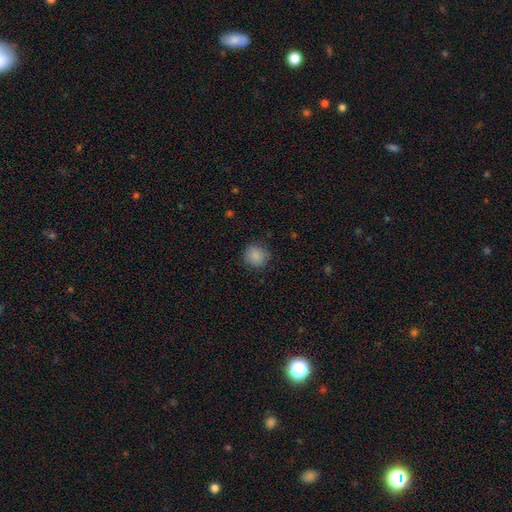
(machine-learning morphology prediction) Overall: smooth (87%). How rounded: round (89%). Merging: none (86%).